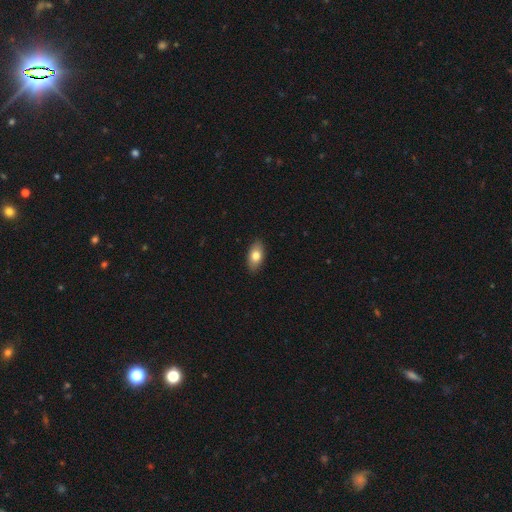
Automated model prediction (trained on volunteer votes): smooth 79%, featured or disk 14%, star or artifact 7%. Down the decision tree: how rounded — in between (91%); merging — none (89%).